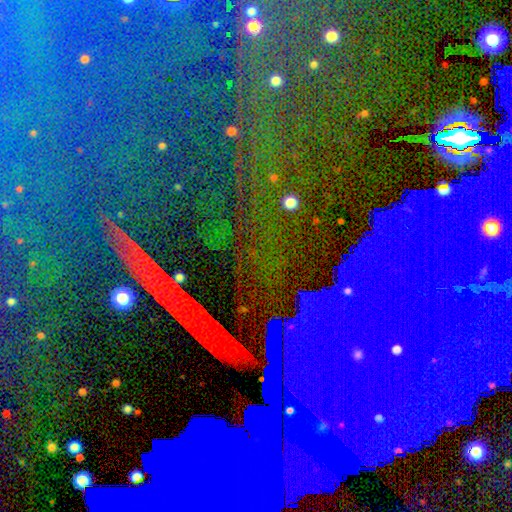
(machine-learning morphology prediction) Smooth or featured?
  - star or artifact: 86% *
  - featured or disk: 7%
  - smooth: 7%